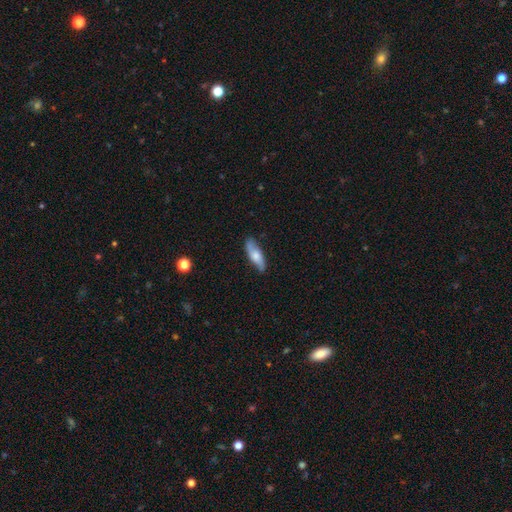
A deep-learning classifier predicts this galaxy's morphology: type=smooth (60%); roundness=in between (54%); merging=none (81%).